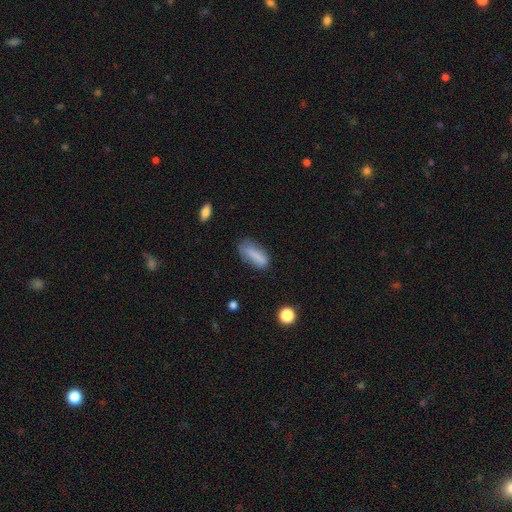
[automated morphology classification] smooth_or_featured: smooth (p=0.81) [alt: featured or disk p=0.11]
how_rounded: in between (p=0.66) [alt: cigar-shaped p=0.31]
merging: none (p=0.56) [alt: minor disturbance p=0.30]